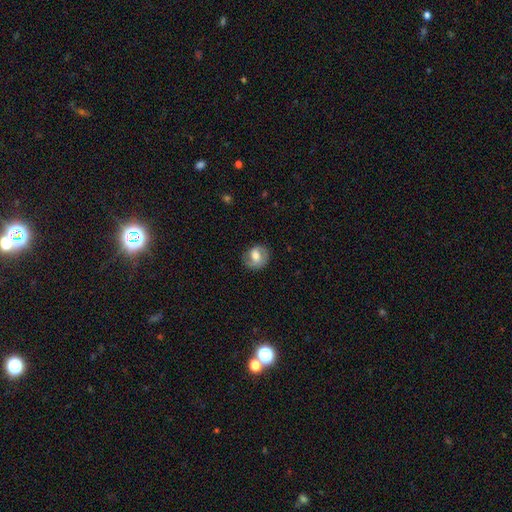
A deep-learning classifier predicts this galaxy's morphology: Smooth or featured? smooth (47%)
Merging? none (77%)